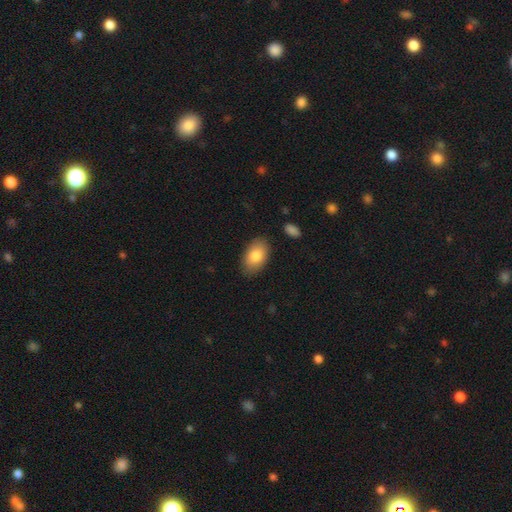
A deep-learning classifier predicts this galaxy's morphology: Q: Smooth or featured?
A: smooth (83%); runner-up: featured or disk (11%)
Q: How rounded?
A: in between (92%); runner-up: round (6%)
Q: Merging?
A: none (84%); runner-up: minor disturbance (12%)